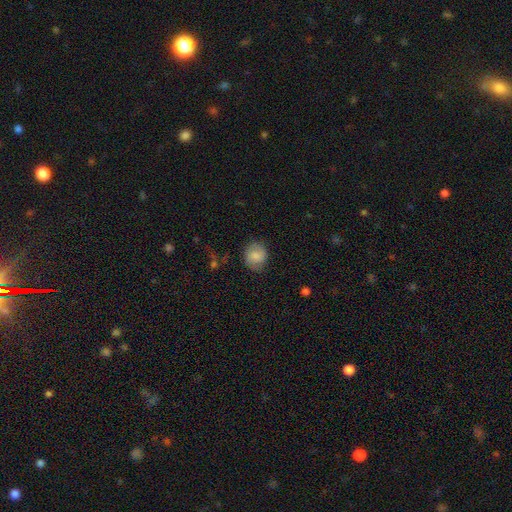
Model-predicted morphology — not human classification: The model was most divided on "how rounded": round: 74%, in between: 25%, cigar-shaped: 1%. More confident: smooth or featured — smooth (79%); merging — none (76%).